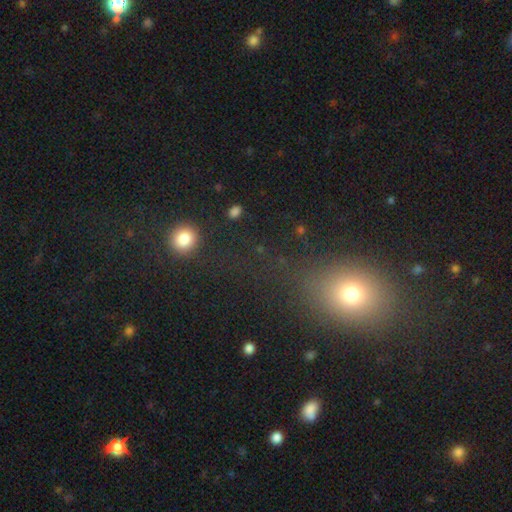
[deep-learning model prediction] Morphology: type=smooth (59%); roundness=round (73%); merging=none (76%).